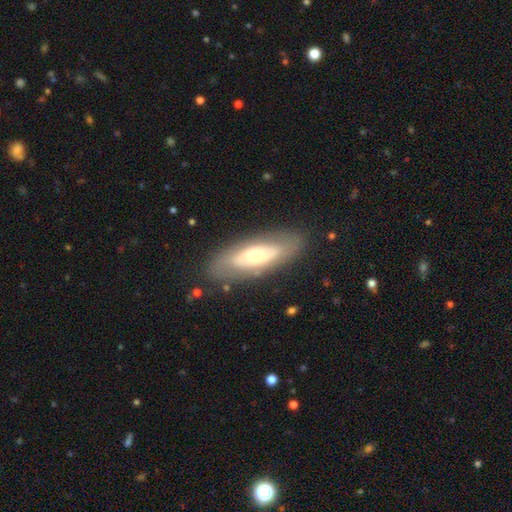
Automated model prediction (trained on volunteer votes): smooth_or_featured: smooth (p=0.47) [tied with: featured or disk p=0.47]
merging: none (p=0.80) [alt: minor disturbance p=0.13]